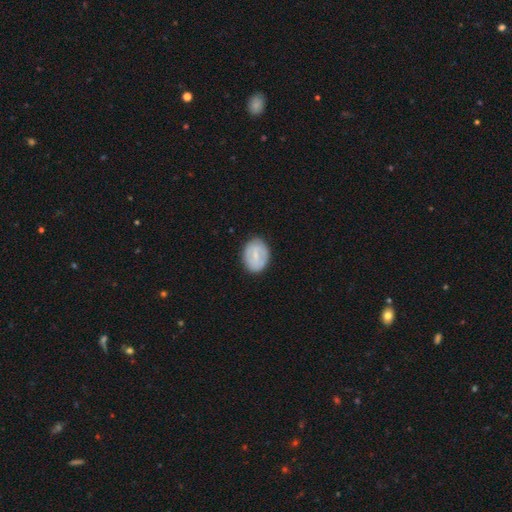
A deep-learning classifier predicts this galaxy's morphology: This is possibly a smooth galaxy (53%). How rounded: possibly in between (57%). Merging: clearly none (83%).